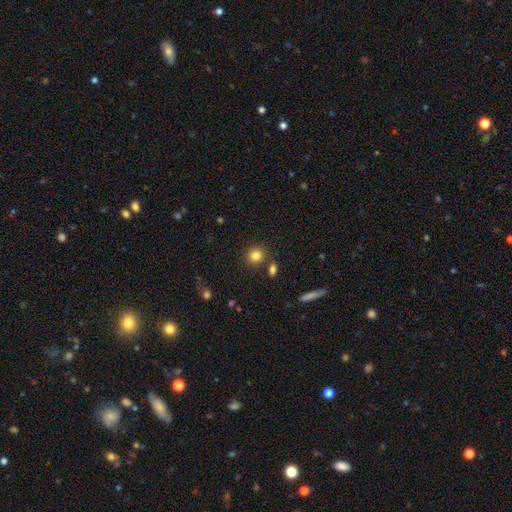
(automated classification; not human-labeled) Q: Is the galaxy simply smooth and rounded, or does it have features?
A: smooth — 83%.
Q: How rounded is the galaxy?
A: round — 85%.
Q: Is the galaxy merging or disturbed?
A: none — 82%.